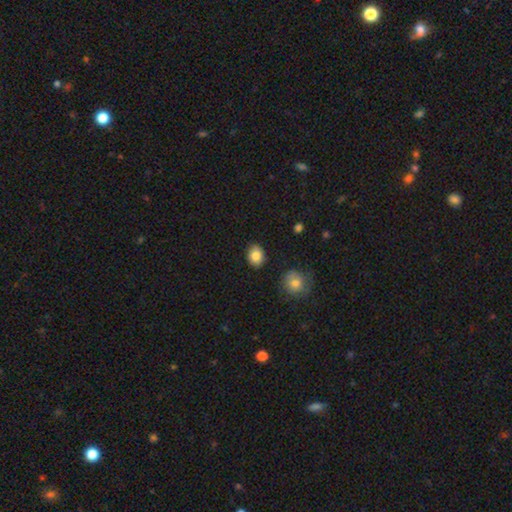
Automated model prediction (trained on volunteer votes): smooth_or_featured: smooth (p=0.84) [alt: star or artifact p=0.09]
how_rounded: round (p=0.54) [alt: in between p=0.45]
merging: none (p=0.85) [alt: minor disturbance p=0.11]